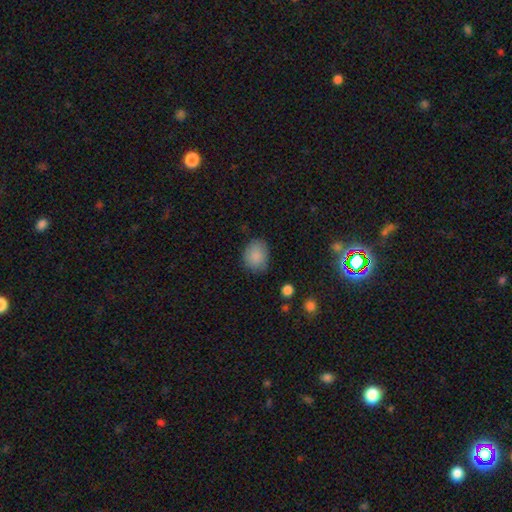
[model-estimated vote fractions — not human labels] Smooth or featured?
  - smooth: 86% *
  - star or artifact: 8%
  - featured or disk: 5%
How rounded?
  - in between: 52% *
  - round: 47%
  - cigar-shaped: 1%
Merging?
  - none: 78% *
  - minor disturbance: 17%
  - major disturbance: 4%
  - merger: 1%